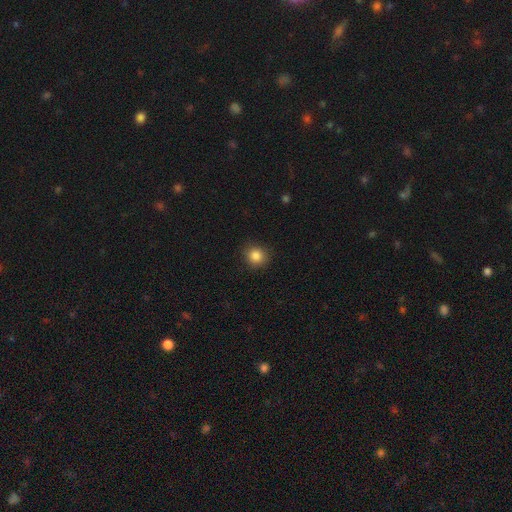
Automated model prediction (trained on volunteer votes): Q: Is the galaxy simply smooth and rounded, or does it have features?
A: smooth — 85%.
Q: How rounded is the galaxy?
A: round — 87%.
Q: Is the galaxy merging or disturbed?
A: none — 88%.